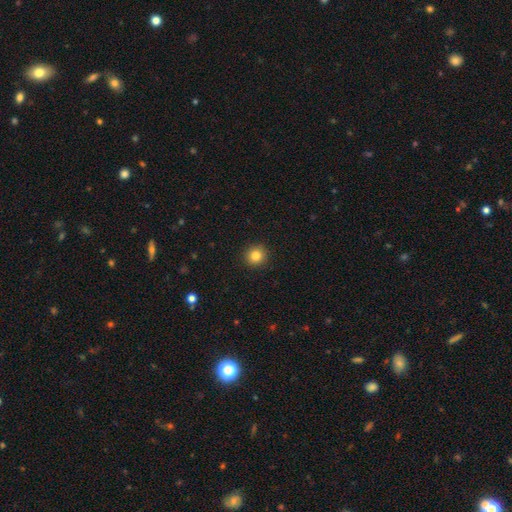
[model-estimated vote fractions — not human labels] smooth 83%, star or artifact 11%, featured or disk 6%. Down the decision tree: how rounded — round (93%); merging — none (93%).